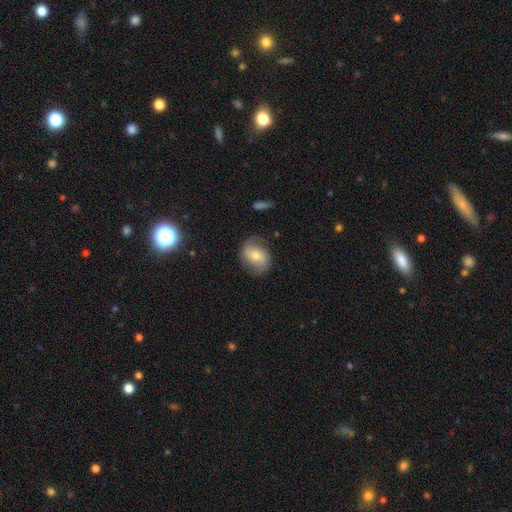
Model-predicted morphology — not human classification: smooth-or-featured: featured or disk: 48% | smooth: 44% | star or artifact: 8%
  merging: none: 70% | minor disturbance: 20% | major disturbance: 8% | merger: 2%